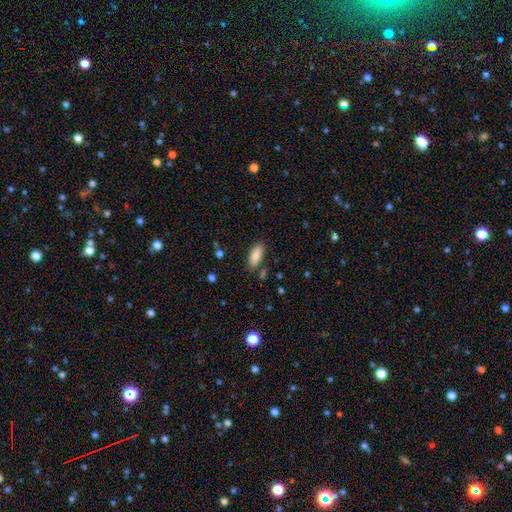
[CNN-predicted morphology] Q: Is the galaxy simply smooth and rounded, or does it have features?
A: smooth — 86%.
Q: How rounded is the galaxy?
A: in between — 83%.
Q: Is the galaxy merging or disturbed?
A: none — 82%.